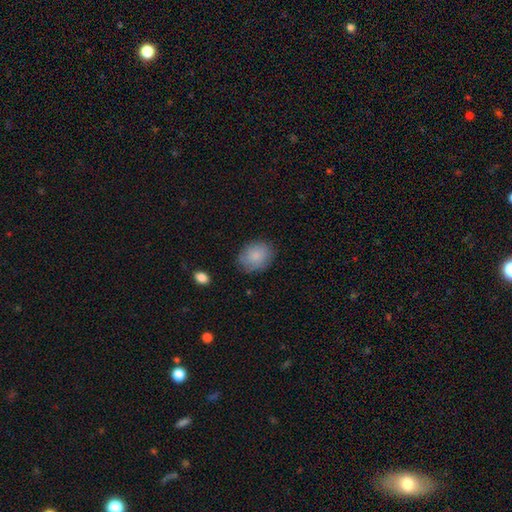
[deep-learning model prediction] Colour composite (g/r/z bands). It shows a smooth galaxy with no disk features (81%) that is in between round and cigar-shaped (57%). Merging: none (77%).